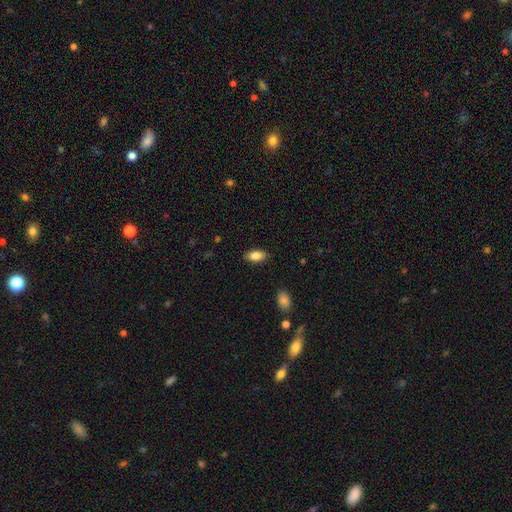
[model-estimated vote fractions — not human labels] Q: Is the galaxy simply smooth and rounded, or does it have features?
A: smooth — 85%.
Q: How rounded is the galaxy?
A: in between — 91%.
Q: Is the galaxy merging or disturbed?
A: none — 87%.